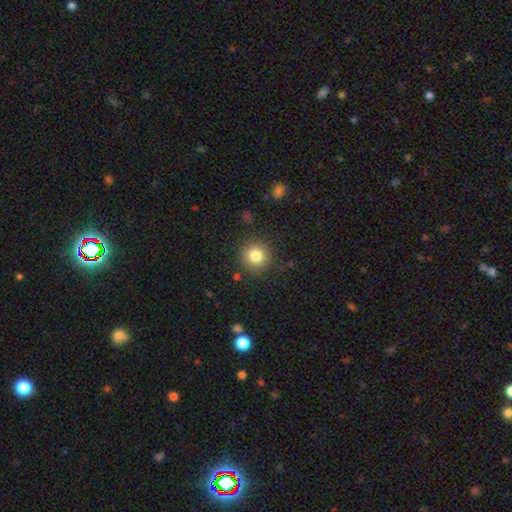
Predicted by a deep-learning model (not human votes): Smooth or featured? Predicted: smooth (p=0.81). How rounded? Predicted: round (p=0.95). Merging? Predicted: none (p=0.89).